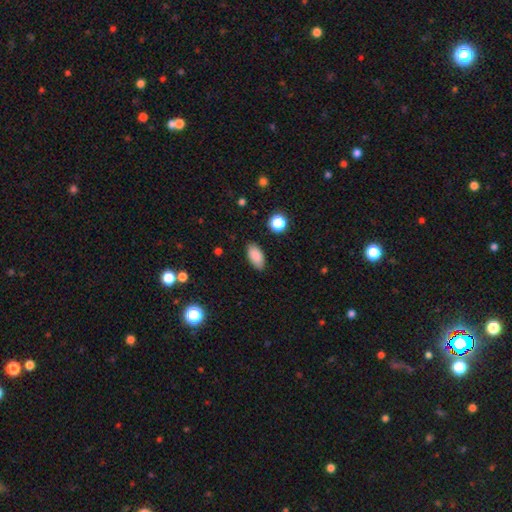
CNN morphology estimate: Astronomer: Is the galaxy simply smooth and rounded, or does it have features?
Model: smooth — 88%.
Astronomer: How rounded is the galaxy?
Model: in between — 92%.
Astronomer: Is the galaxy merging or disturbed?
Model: none — 86%.